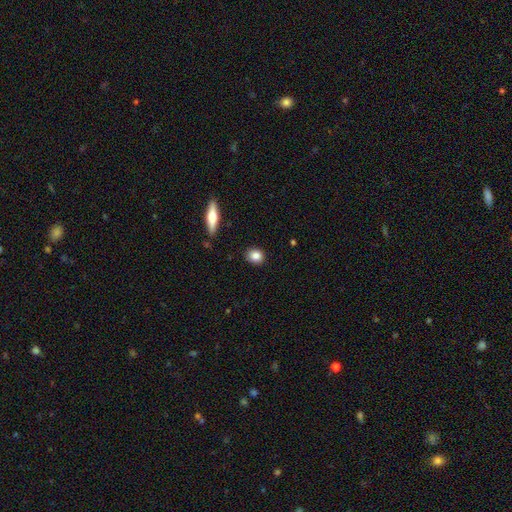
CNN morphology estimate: smooth 84%, star or artifact 8%, featured or disk 8%. Down the decision tree: how rounded — round (64%); merging — none (88%).